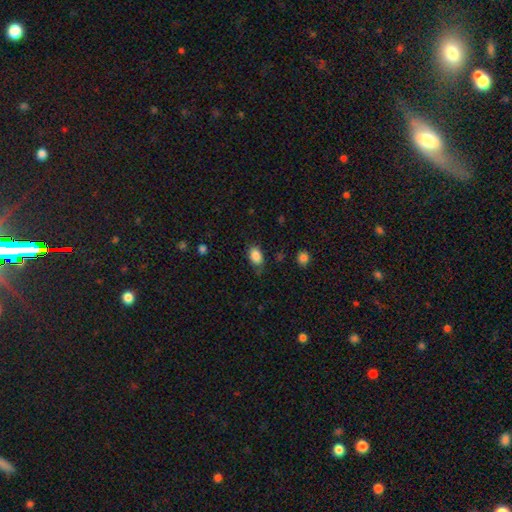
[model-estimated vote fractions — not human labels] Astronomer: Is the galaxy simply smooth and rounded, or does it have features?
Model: smooth — 87%.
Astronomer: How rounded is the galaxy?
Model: in between — 88%.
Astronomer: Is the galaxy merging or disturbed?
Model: none — 71%.